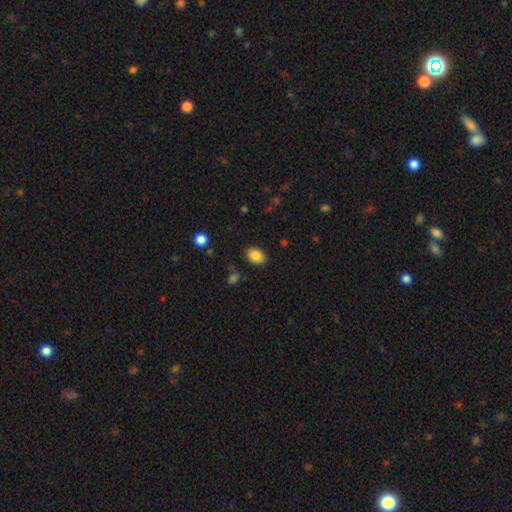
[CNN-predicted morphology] Smooth or featured? Predicted: smooth (p=0.87). How rounded? Predicted: in between (p=0.79). Merging? Predicted: none (p=0.85).